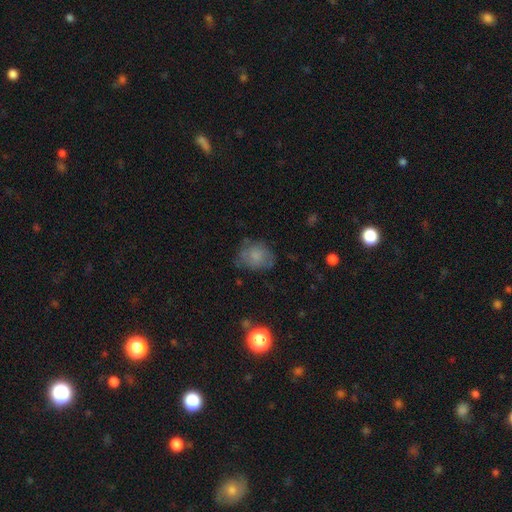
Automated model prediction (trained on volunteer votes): Overall: smooth (70%). How rounded: round (62%; in between 37%). Merging: none (61%; minor disturbance 25%).